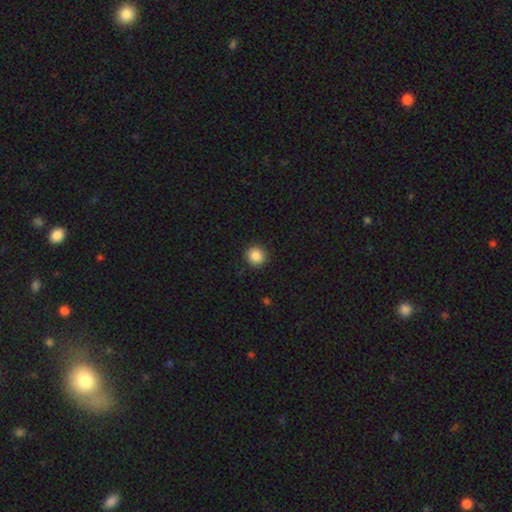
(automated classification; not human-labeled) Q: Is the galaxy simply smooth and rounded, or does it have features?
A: smooth — 87%.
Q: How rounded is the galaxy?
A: round — 93%.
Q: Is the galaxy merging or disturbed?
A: none — 92%.